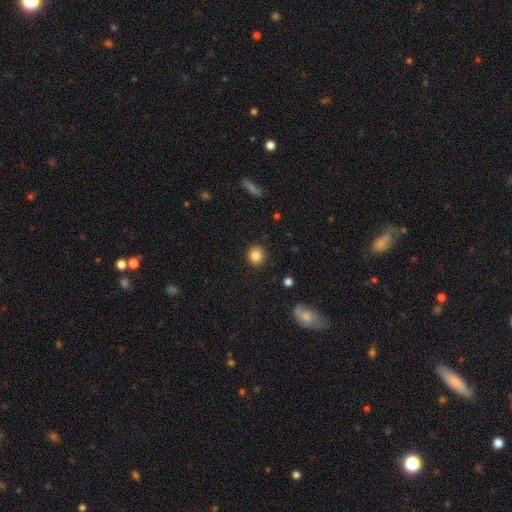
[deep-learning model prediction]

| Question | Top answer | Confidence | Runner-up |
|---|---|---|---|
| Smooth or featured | smooth | 84% | star or artifact (10%) |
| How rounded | round | 89% | in between (10%) |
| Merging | none | 90% | minor disturbance (6%) |